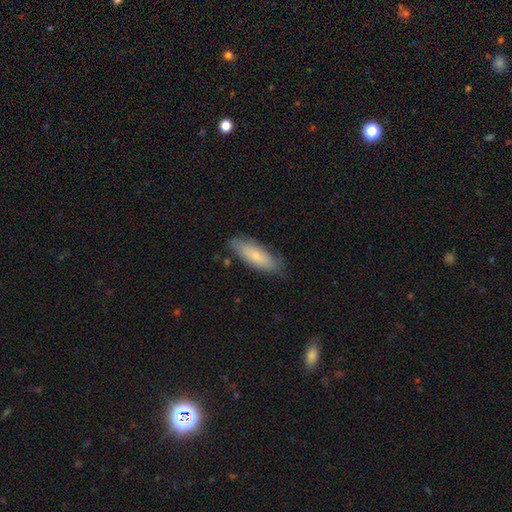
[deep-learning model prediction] Smooth or featured: smooth — 72% (featured or disk — 21%)
How rounded: in between — 62% (cigar-shaped — 36%)
Merging: none — 77% (minor disturbance — 18%)